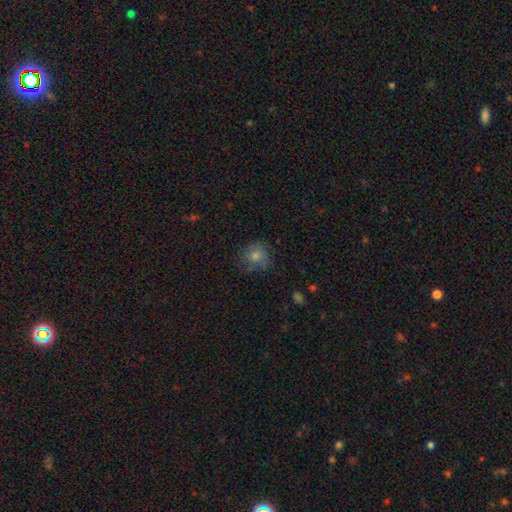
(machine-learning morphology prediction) smooth 70%, featured or disk 16%, star or artifact 14%. Down the decision tree: how rounded — round (80%); merging — none (67%).